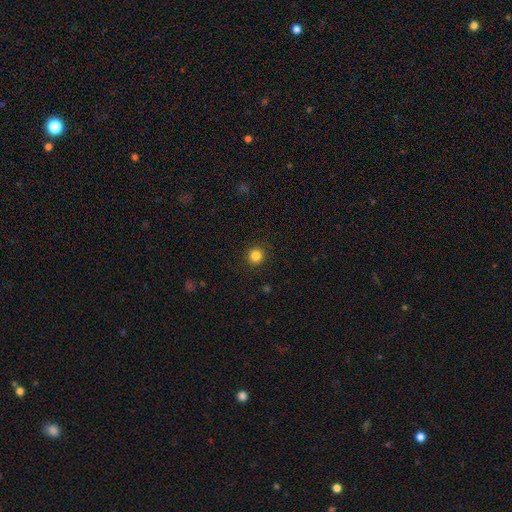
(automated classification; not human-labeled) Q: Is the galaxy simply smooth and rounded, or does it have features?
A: smooth — 84%.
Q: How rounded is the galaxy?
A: round — 94%.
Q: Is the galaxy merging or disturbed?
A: none — 92%.